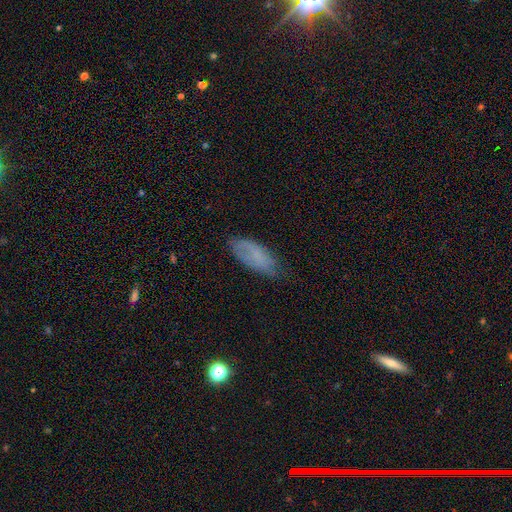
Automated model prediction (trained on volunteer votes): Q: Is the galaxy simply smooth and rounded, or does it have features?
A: smooth — 67%.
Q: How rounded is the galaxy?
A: in between — 84%.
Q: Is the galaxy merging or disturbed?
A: none — 58%.